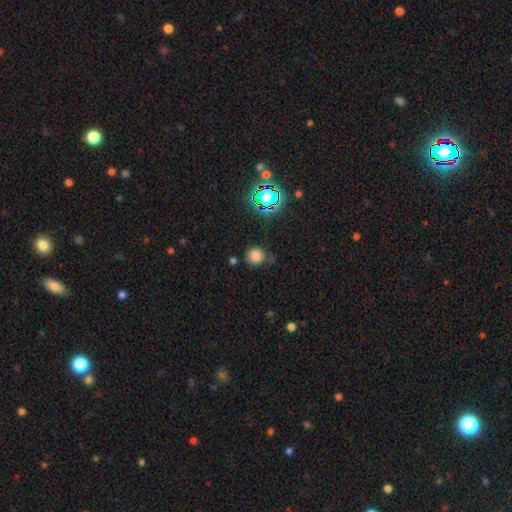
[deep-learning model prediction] Q: Smooth or featured?
A: smooth (75%); runner-up: star or artifact (19%)
Q: How rounded?
A: round (88%); runner-up: in between (11%)
Q: Merging?
A: none (71%); runner-up: minor disturbance (19%)